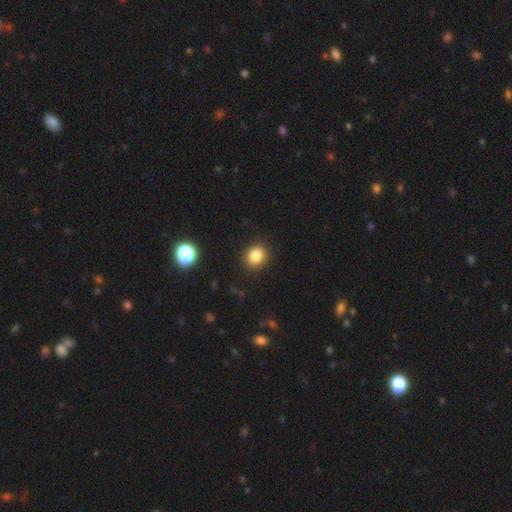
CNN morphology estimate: smooth 84%, star or artifact 11%, featured or disk 5%. Down the decision tree: how rounded — round (72%); merging — none (90%).